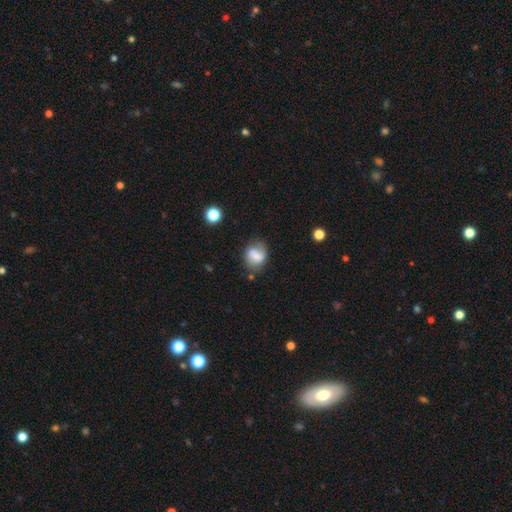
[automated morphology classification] A smooth galaxy with no disk features (62%) that is round (57%).

Vote fractions:
- Smooth or featured? smooth: 62% / featured or disk: 28% / star or artifact: 10%
- How rounded? round: 57% / in between: 42% / cigar-shaped: 1%
- Merging? none: 56% / minor disturbance: 25% / major disturbance: 10% / merger: 8%